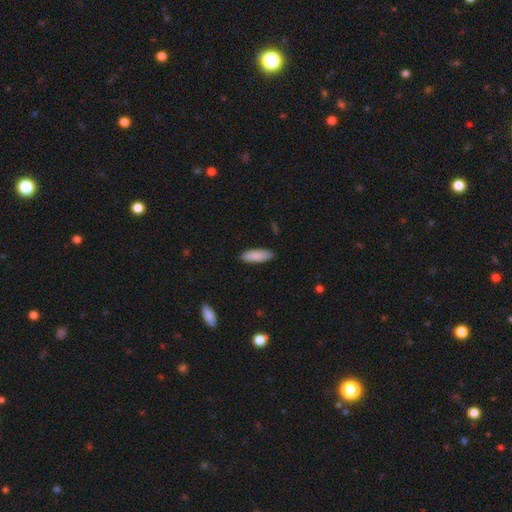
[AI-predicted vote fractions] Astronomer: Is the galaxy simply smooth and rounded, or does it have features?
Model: smooth — 89%.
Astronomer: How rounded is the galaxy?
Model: in between — 57% (runner-up: cigar-shaped, 42%).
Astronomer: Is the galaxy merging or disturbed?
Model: none — 88%.